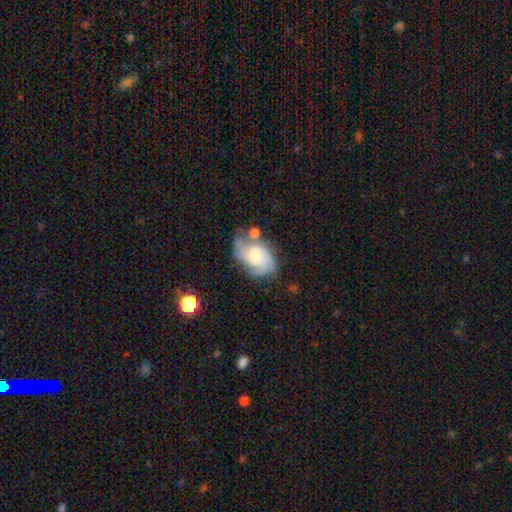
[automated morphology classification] featured or disk 68%, smooth 24%, star or artifact 8%. Down the decision tree: edge-on disk — no (97%); bar — no (66%); spiral arms — yes (89%); spiral arm count — 2 (32%); spiral winding — medium (43%); bulge size — moderate (36%); merging — none (47%).